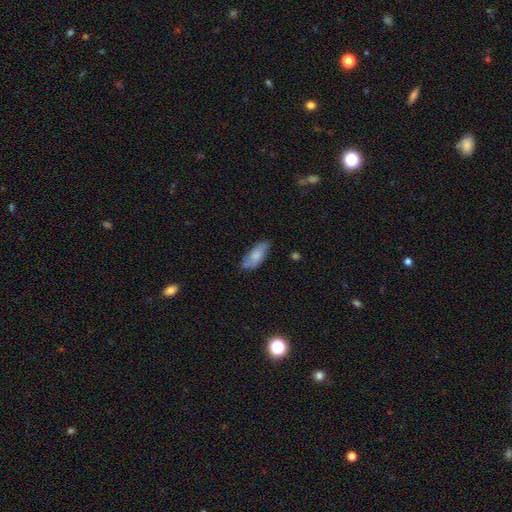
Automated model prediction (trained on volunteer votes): Smooth or featured? Predicted: smooth (p=0.68). How rounded? Predicted: in between (p=0.81). Merging? Predicted: none (p=0.71).